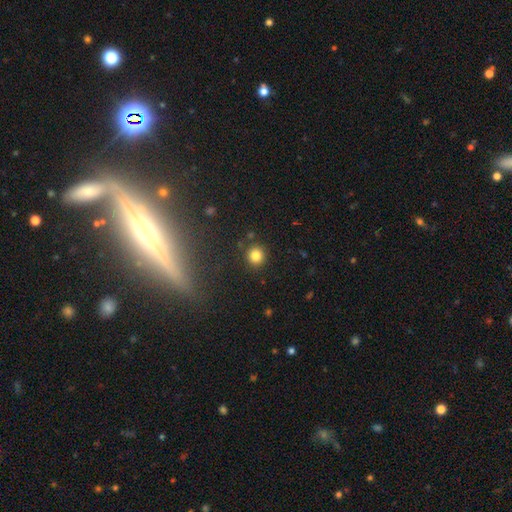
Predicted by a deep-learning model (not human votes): Smooth or featured? Predicted: smooth (p=0.82). How rounded? Predicted: round (p=0.91). Merging? Predicted: none (p=0.89).